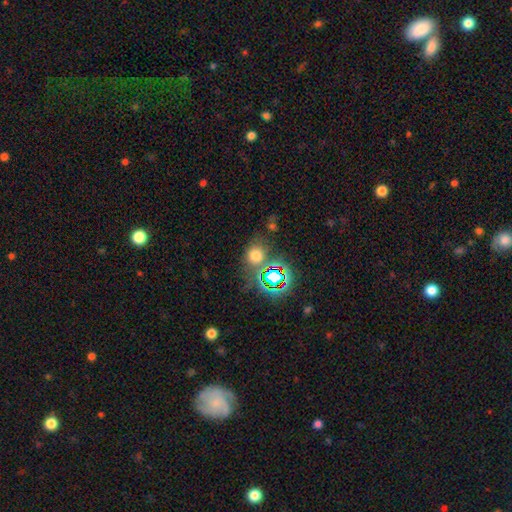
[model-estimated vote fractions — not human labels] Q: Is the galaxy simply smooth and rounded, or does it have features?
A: smooth — 59%.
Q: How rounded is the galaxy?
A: round — 73%.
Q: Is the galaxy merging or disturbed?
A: none — 68%.